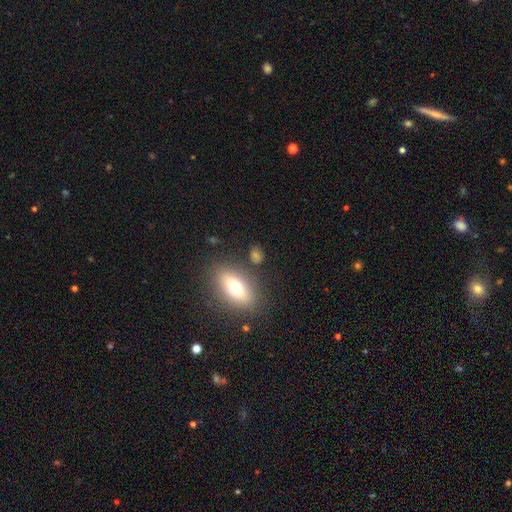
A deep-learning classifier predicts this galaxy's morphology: Q: Smooth or featured?
A: smooth (66%); runner-up: featured or disk (21%)
Q: How rounded?
A: in between (66%); runner-up: round (23%)
Q: Merging?
A: none (78%); runner-up: minor disturbance (12%)